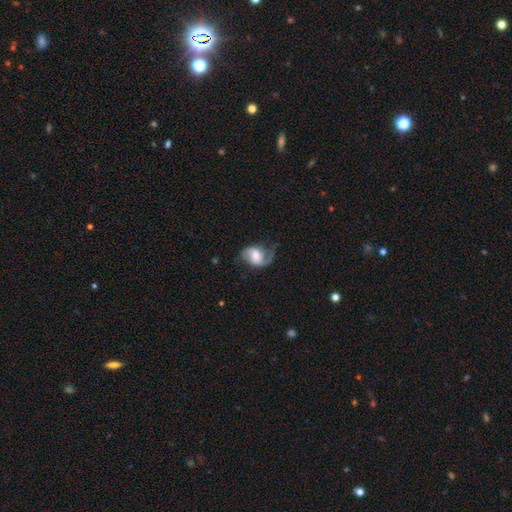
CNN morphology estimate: Smooth or featured?
  - featured or disk: 70% *
  - smooth: 23%
  - star or artifact: 7%
Edge-on disk?
  - no: 97% *
  - yes: 3%
Bar?
  - weak: 44% *
  - no: 36%
  - strong: 20%
Spiral arms?
  - yes: 92% *
  - no: 8%
Spiral winding?
  - loose: 49% *
  - medium: 39%
  - tight: 13%
Spiral arm count?
  - 2: 74% *
  - 1: 18%
  - can't tell: 5%
  - 3: 1%
  - 4: 1%
  - more than 4: 1%
Bulge size?
  - moderate: 51% *
  - small: 23%
  - large: 18%
  - none: 6%
  - dominant: 2%
Merging?
  - none: 54% *
  - minor disturbance: 25%
  - major disturbance: 19%
  - merger: 2%